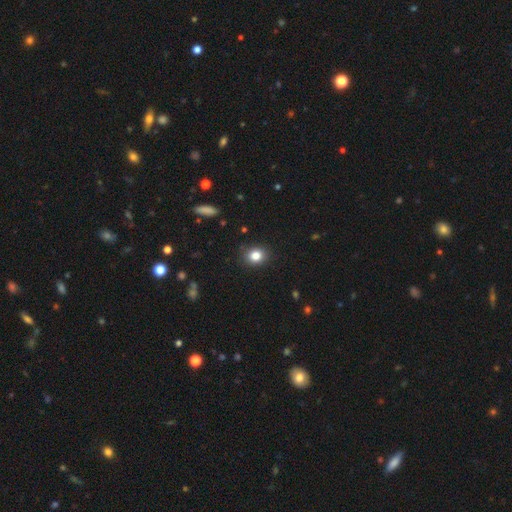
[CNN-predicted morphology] This appears to be a smooth galaxy with no disk features (84%) that is round (64%). Merging: none (88%).